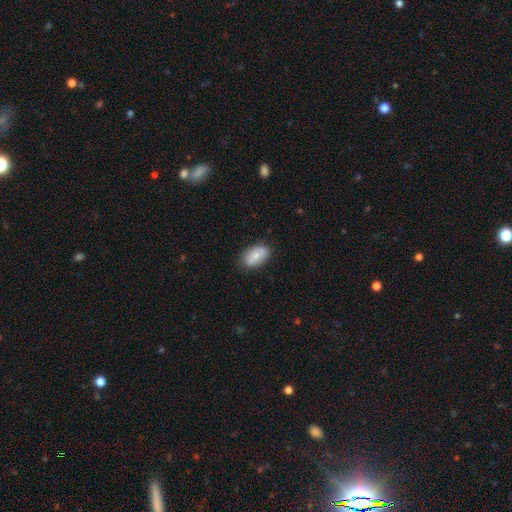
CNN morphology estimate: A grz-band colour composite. It shows a smooth galaxy with no disk features (76%) that is in between round and cigar-shaped (92%). Merging: none (80%).